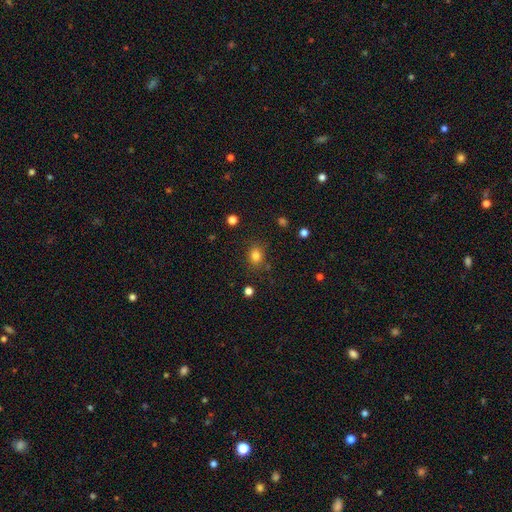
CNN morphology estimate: Overall: smooth (81%). How rounded: round (59%; in between 40%). Merging: none (80%).